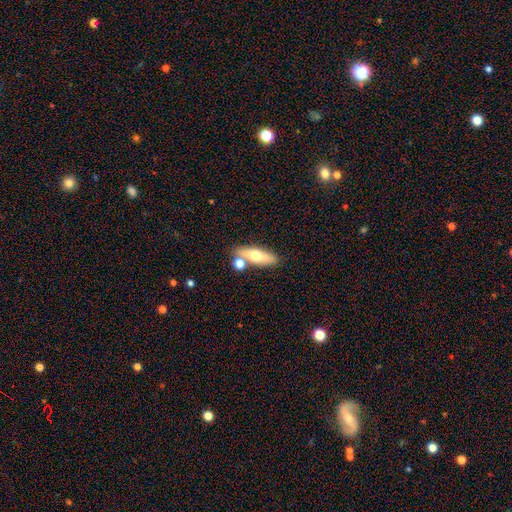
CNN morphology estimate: Q: Smooth or featured?
A: smooth (60%); runner-up: featured or disk (32%)
Q: How rounded?
A: in between (54%); runner-up: cigar-shaped (40%)
Q: Merging?
A: none (68%); runner-up: merger (17%)